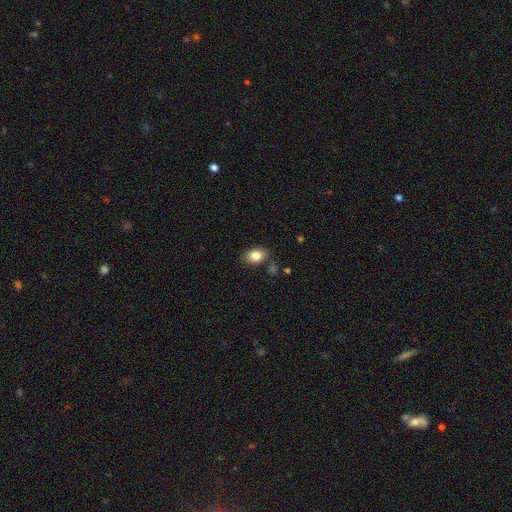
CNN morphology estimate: smooth 84%, star or artifact 9%, featured or disk 7%. Down the decision tree: how rounded — in between (76%); merging — none (81%).